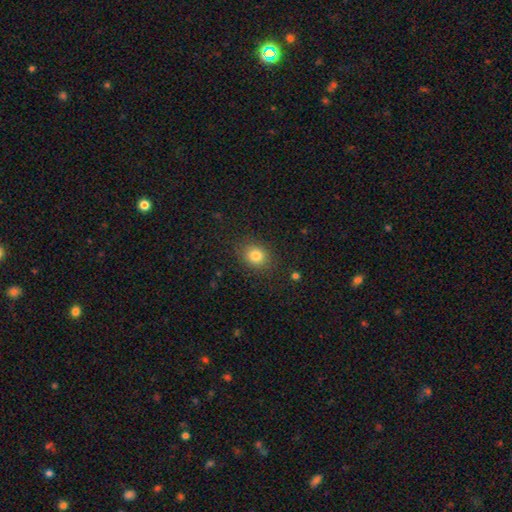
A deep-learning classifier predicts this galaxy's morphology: type=smooth (82%); roundness=round (62%); merging=none (86%).